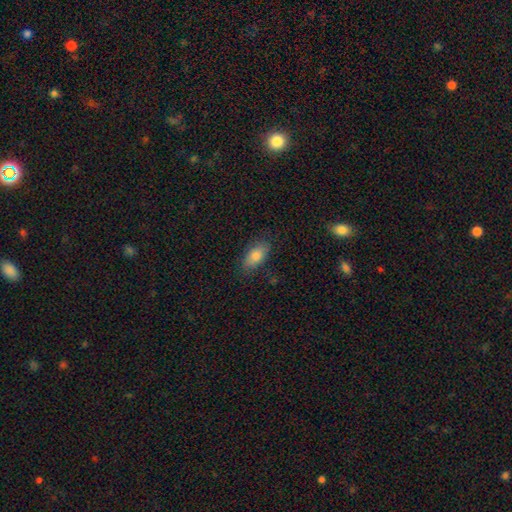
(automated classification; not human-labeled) Smooth or featured?
  - smooth: 78% *
  - featured or disk: 13%
  - star or artifact: 9%
How rounded?
  - in between: 87% *
  - cigar-shaped: 9%
  - round: 4%
Merging?
  - none: 82% *
  - minor disturbance: 14%
  - major disturbance: 3%
  - merger: 1%